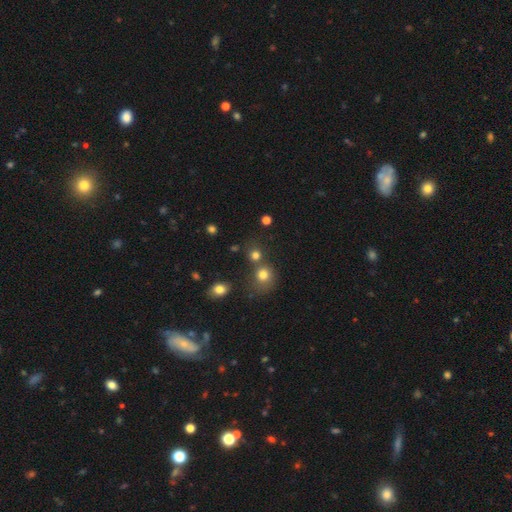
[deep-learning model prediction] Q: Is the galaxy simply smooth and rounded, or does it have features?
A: smooth — 76%.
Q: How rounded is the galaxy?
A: round — 86%.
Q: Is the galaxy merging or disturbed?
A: none — 58%.